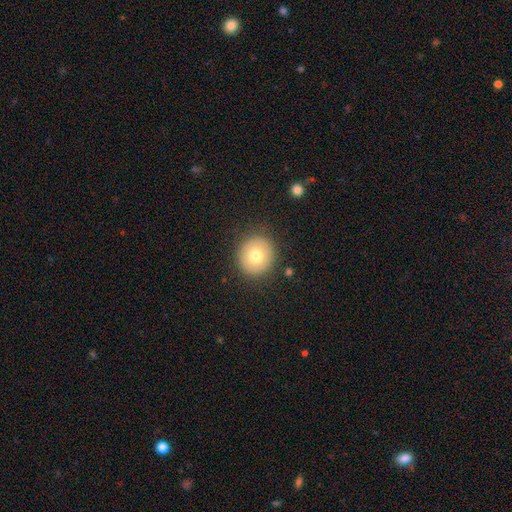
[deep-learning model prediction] This is likely a smooth galaxy (73%). How rounded: clearly round (91%). Merging: clearly none (89%).